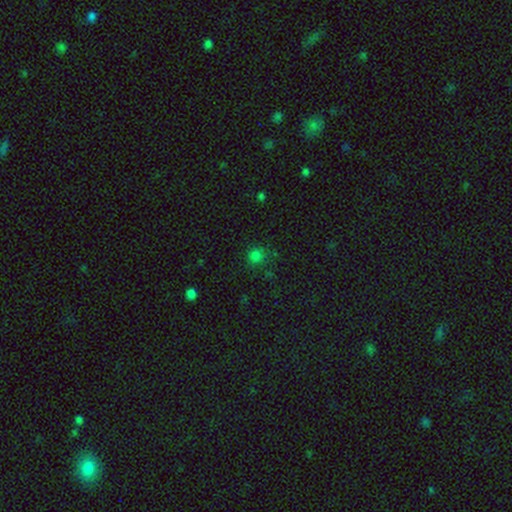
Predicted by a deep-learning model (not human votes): The model was most divided on "smooth or featured": smooth: 76%, star or artifact: 20%, featured or disk: 4%. More confident: how rounded — round (89%); merging — none (80%).